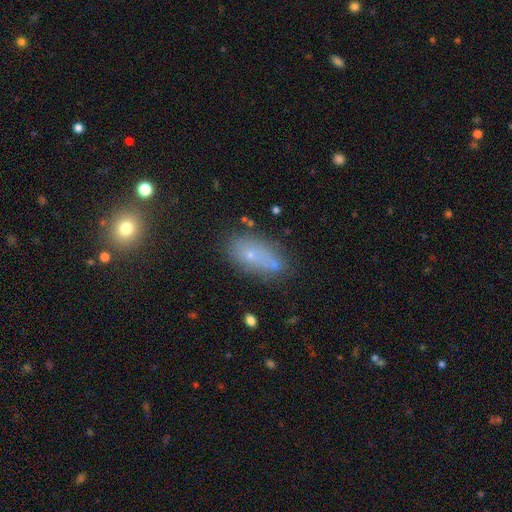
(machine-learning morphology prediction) A smooth galaxy with no disk features (63%) that is in between round and cigar-shaped (80%).

Vote fractions:
- Smooth or featured? smooth: 63% / featured or disk: 20% / star or artifact: 18%
- How rounded? in between: 80% / round: 10% / cigar-shaped: 10%
- Merging? none: 60% / merger: 17% / minor disturbance: 17% / major disturbance: 6%